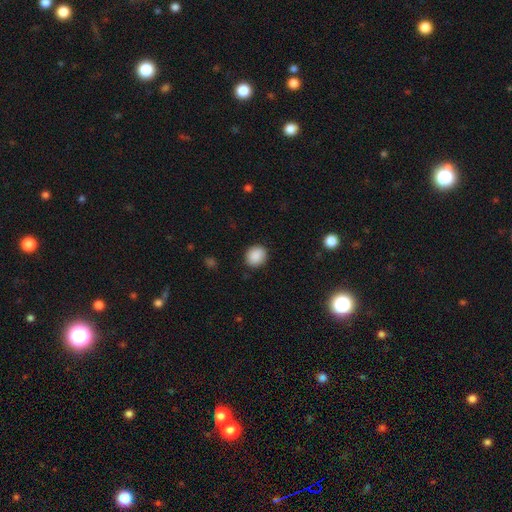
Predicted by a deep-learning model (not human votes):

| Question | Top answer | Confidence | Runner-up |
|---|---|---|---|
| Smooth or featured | smooth | 89% | star or artifact (8%) |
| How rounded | round | 72% | in between (27%) |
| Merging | none | 89% | minor disturbance (8%) |